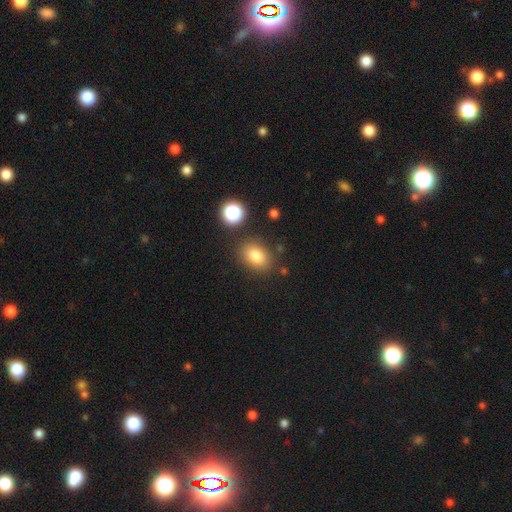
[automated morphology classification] A smooth galaxy with no disk features (81%) that is in between round and cigar-shaped (68%). Merging: none (81%).